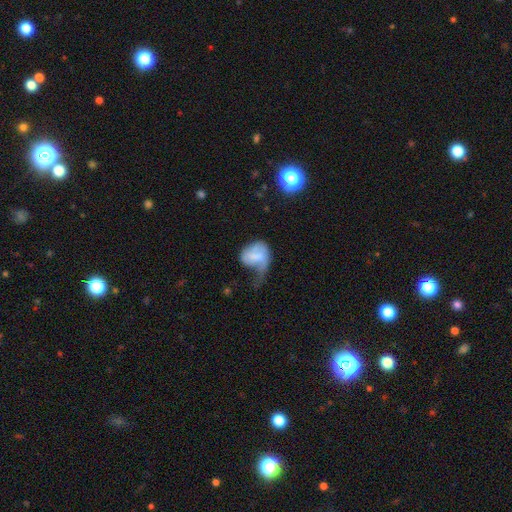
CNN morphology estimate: This is possibly a smooth galaxy (58%). How rounded: possibly in between (59%). Merging: possibly major disturbance (58%).